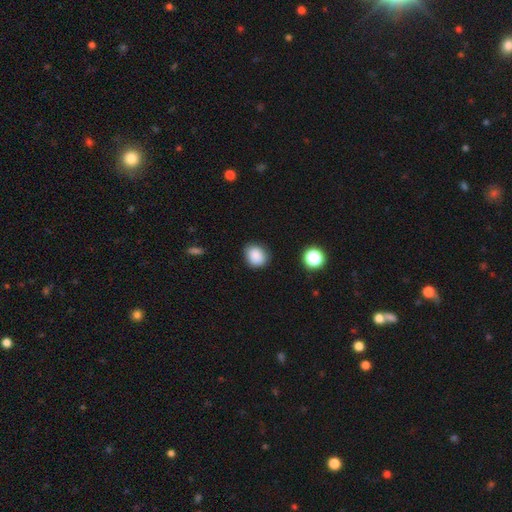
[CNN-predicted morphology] A smooth galaxy with no disk features (87%) that is round (57%). Merging: none (82%).